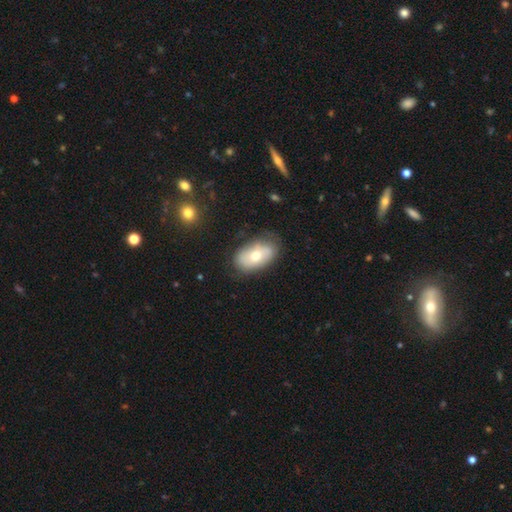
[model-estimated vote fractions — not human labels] Q: Smooth or featured?
A: smooth (63%); runner-up: featured or disk (30%)
Q: How rounded?
A: in between (92%); runner-up: round (6%)
Q: Merging?
A: none (70%); runner-up: minor disturbance (22%)